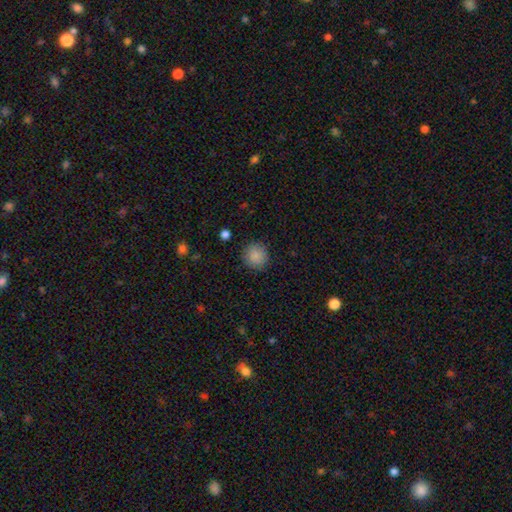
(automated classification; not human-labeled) Smooth or featured? Predicted: smooth (p=0.88). How rounded? Predicted: round (p=0.92). Merging? Predicted: none (p=0.89).